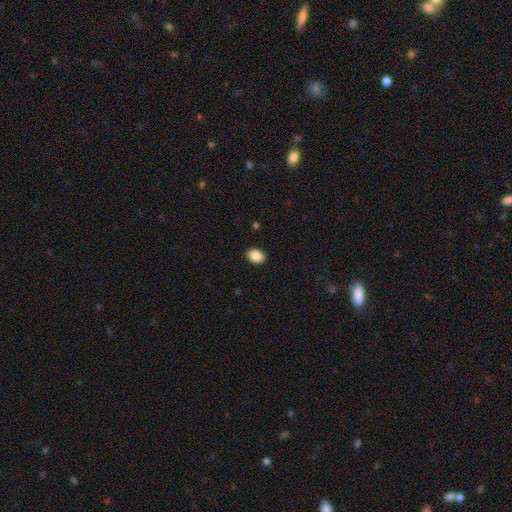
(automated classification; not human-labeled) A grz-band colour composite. It shows a smooth galaxy with no disk features (88%) that is in between round and cigar-shaped (79%). Merging: none (90%).